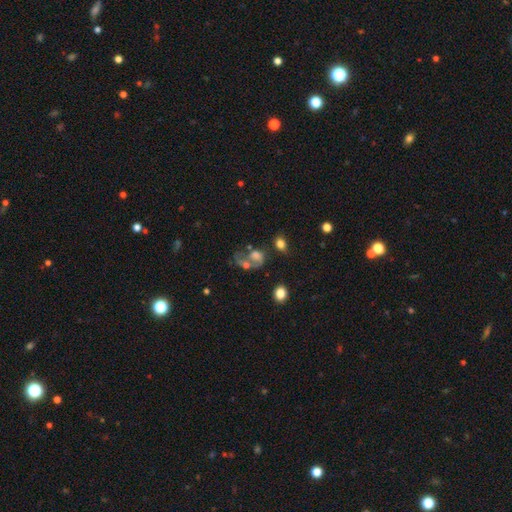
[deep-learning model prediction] A featured or disk galaxy (42%). Merging: merger (34%).